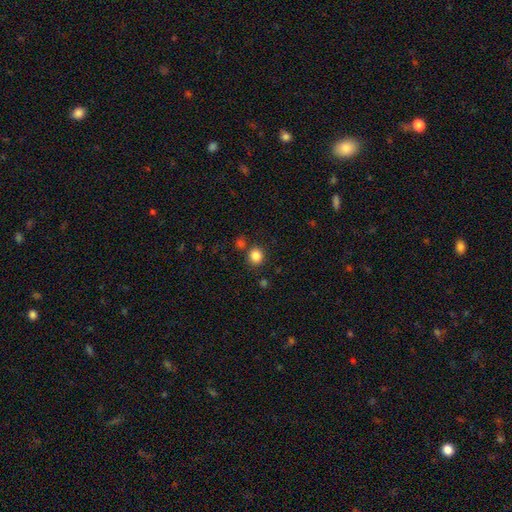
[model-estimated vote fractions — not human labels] Overall: smooth (85%). How rounded: round (83%). Merging: none (82%).